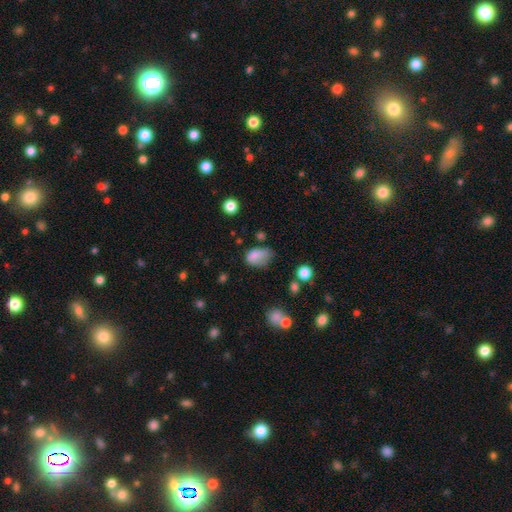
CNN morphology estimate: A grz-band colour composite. It shows a smooth galaxy with no disk features (78%) that is in between round and cigar-shaped (83%). Merging: minor disturbance (40%).